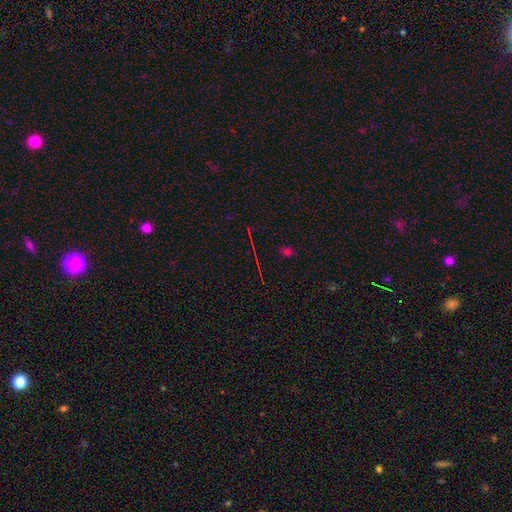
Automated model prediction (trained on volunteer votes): Morphology: type=star or artifact (68%).